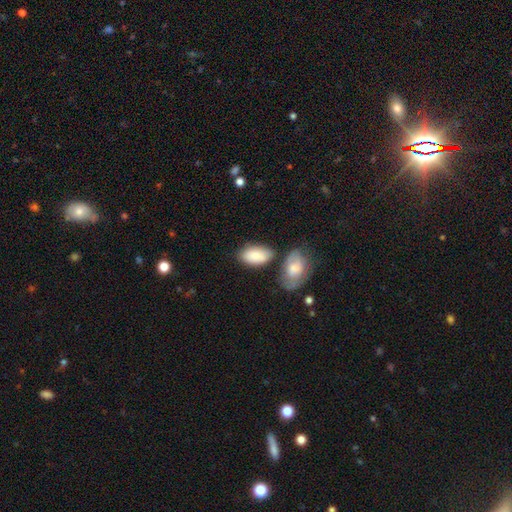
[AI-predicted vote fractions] smooth_or_featured: smooth (p=0.85) [alt: featured or disk p=0.09]
how_rounded: in between (p=0.94) [alt: round p=0.04]
merging: none (p=0.59) [alt: minor disturbance p=0.19]